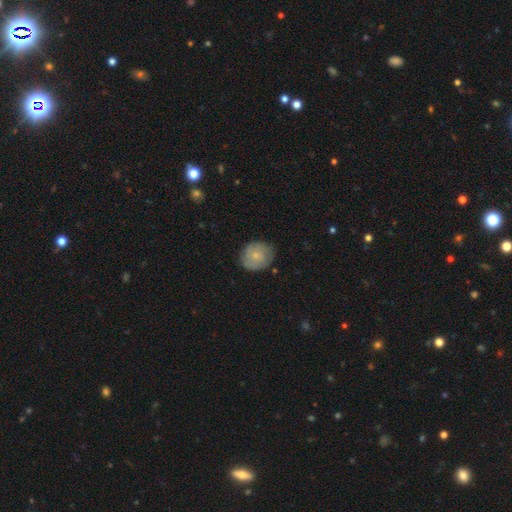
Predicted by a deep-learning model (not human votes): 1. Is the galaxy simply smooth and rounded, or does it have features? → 66% smooth, 27% featured or disk, 7% star or artifact.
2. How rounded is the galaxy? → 80% round, 19% in between, 1% cigar-shaped.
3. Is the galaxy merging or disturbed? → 76% none, 18% minor disturbance, 4% major disturbance, 1% merger.